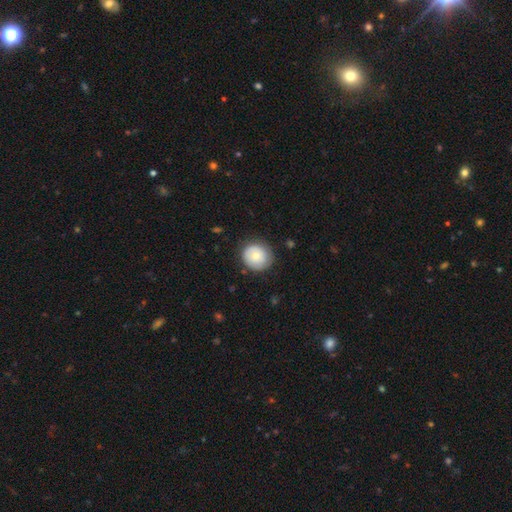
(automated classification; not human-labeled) The model was most divided on "smooth or featured": smooth: 67%, featured or disk: 27%, star or artifact: 7%. More confident: how rounded — round (89%); merging — none (81%).